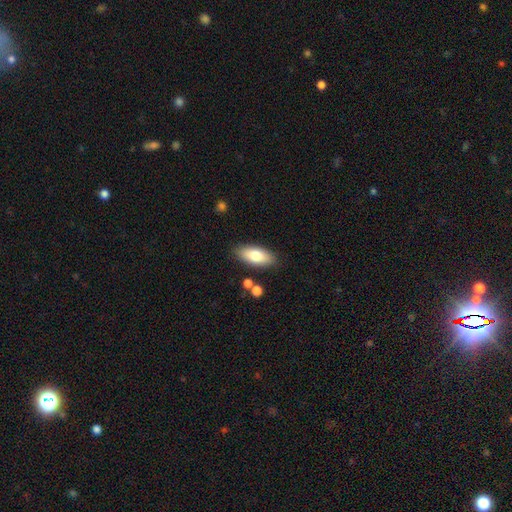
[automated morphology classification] This is likely a smooth galaxy (77%). How rounded: clearly in between (84%). Merging: clearly none (85%).